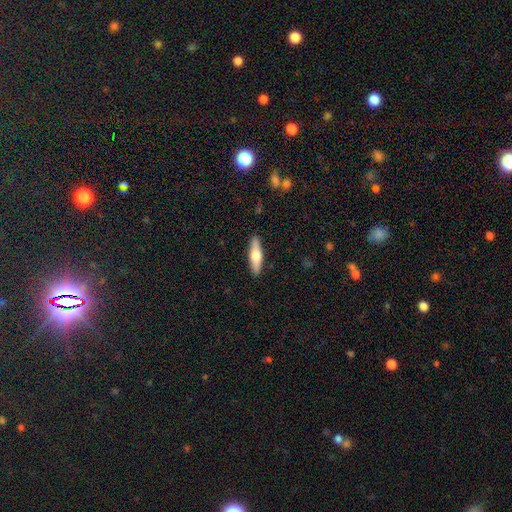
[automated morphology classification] Smooth or featured? smooth (55%)
How rounded? cigar-shaped (65%)
Merging? none (90%)